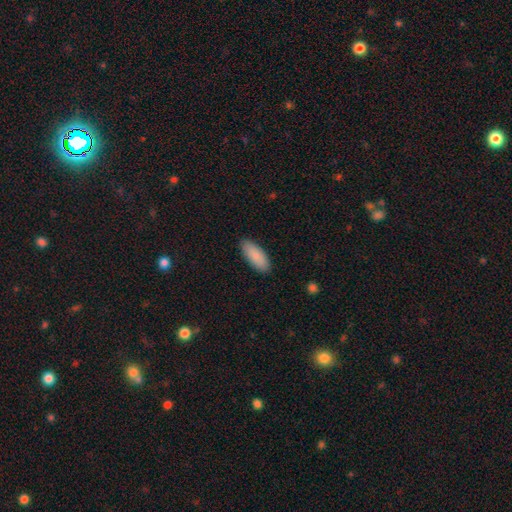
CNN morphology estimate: smooth-or-featured: smooth: 89% | featured or disk: 6% | star or artifact: 5%
  how-rounded: in between: 78% | cigar-shaped: 20% | round: 2%
  merging: none: 89% | minor disturbance: 9% | major disturbance: 2% | merger: 1%